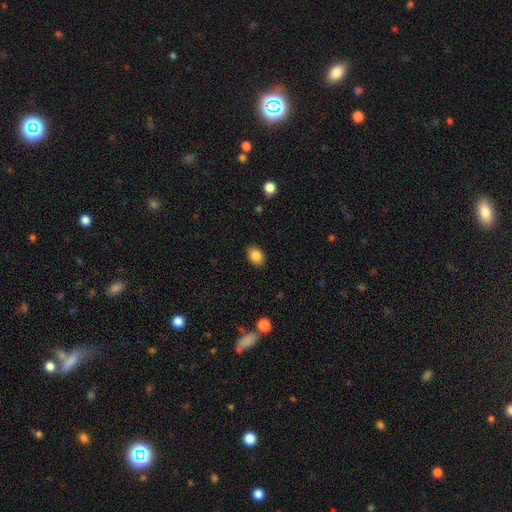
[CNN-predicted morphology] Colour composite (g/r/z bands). It shows a smooth galaxy with no disk features (86%) that is in between round and cigar-shaped (76%). Merging: none (88%).